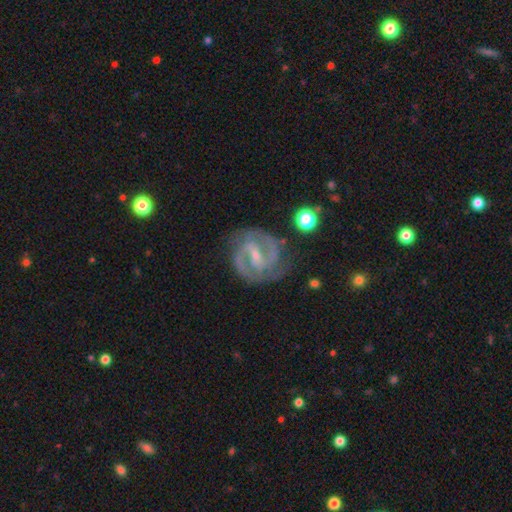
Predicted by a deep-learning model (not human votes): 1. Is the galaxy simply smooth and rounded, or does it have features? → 90% featured or disk, 5% smooth, 5% star or artifact.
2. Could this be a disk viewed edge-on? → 97% no, 3% yes.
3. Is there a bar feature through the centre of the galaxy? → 45% strong, 42% weak, 13% no.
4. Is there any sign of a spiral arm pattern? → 97% yes, 3% no.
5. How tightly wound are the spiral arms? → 51% medium, 40% tight, 10% loose.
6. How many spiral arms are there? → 84% 2, 7% 3, 5% can't tell, 2% 1, 2% 4, 1% more than 4.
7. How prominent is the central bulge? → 68% small, 25% moderate, 4% none, 1% large, 1% dominant.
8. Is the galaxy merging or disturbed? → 75% none, 17% minor disturbance, 6% major disturbance, 2% merger.